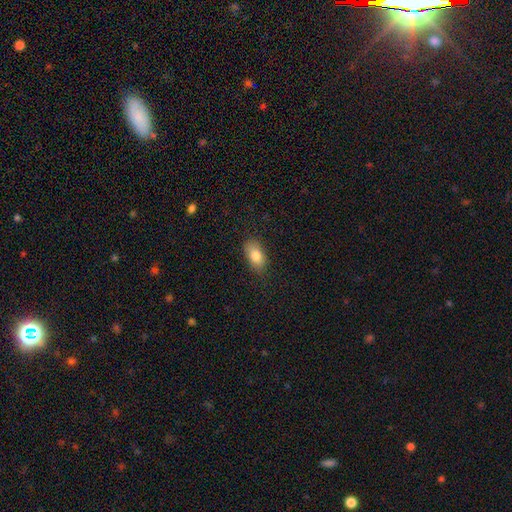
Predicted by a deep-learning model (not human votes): This appears to be a smooth galaxy with no disk features (82%) that is in between round and cigar-shaped (90%). Merging: none (80%).